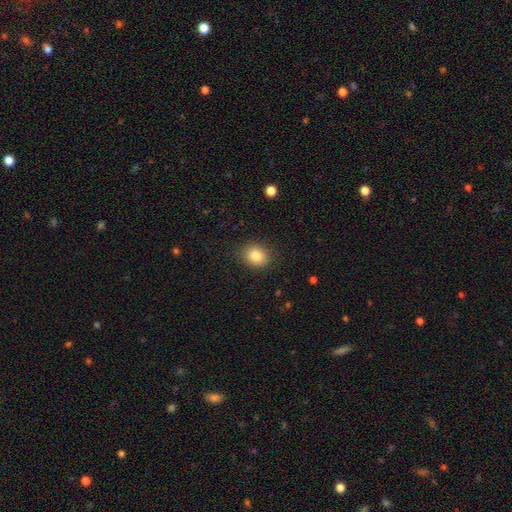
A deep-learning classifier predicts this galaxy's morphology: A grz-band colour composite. It shows a smooth galaxy with no disk features (84%) that is round (59%). Merging: none (87%).